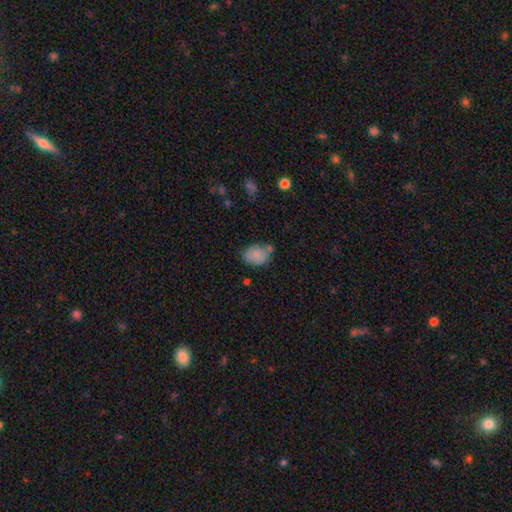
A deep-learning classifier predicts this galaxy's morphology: Smooth or featured?
  - smooth: 83% *
  - featured or disk: 9%
  - star or artifact: 8%
How rounded?
  - in between: 74% *
  - round: 24%
  - cigar-shaped: 1%
Merging?
  - none: 54% *
  - minor disturbance: 25%
  - merger: 14%
  - major disturbance: 7%